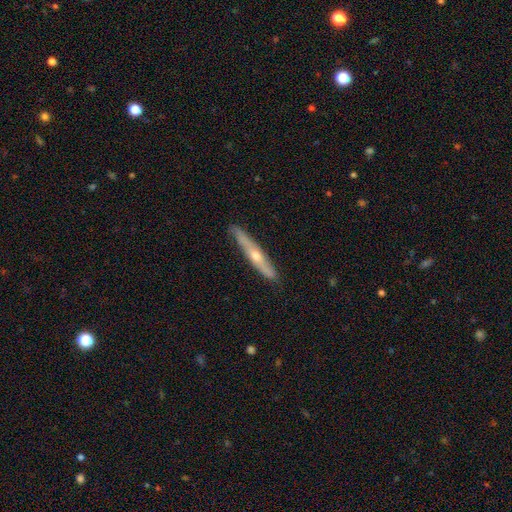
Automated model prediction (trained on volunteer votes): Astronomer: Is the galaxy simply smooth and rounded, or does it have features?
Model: featured or disk — 60%.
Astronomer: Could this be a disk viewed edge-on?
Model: yes — 88%.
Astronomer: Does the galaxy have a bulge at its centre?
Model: rounded — 83%.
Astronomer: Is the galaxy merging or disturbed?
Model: none — 85%.